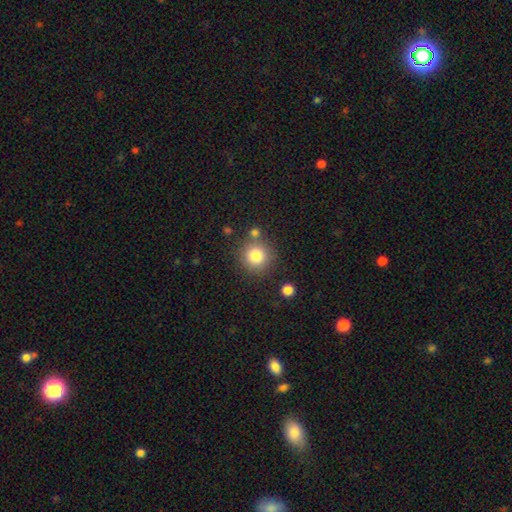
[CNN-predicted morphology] The model was most divided on "merging": none: 77%, merger: 10%, minor disturbance: 9%, major disturbance: 4%. More confident: how rounded — round (93%); smooth or featured — smooth (82%).